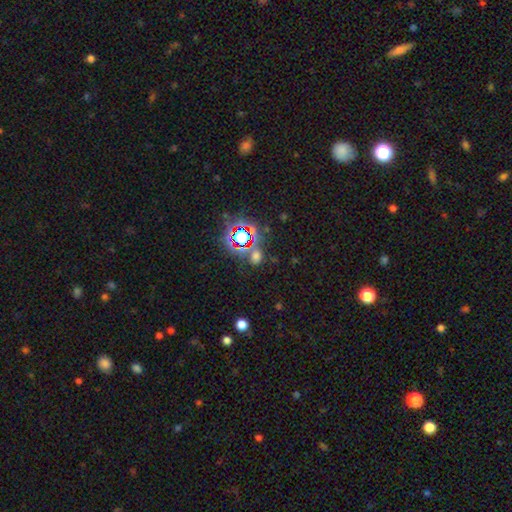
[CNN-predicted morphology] This is possibly a smooth galaxy (46%, tied with star or artifact). Merging: likely none (69%).